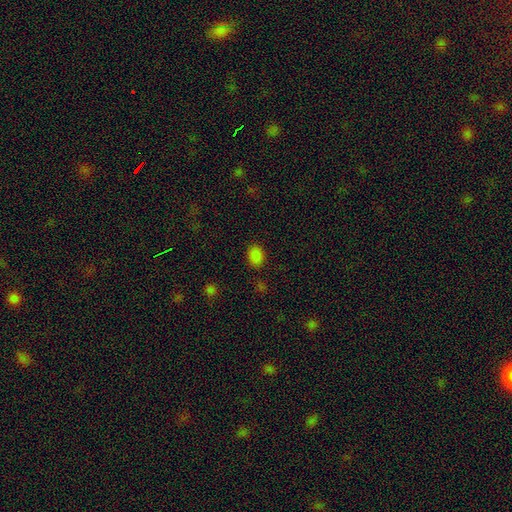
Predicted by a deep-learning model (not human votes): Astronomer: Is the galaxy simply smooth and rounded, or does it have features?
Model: smooth — 82%.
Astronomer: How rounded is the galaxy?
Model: in between — 70%.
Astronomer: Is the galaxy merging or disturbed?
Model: none — 83%.